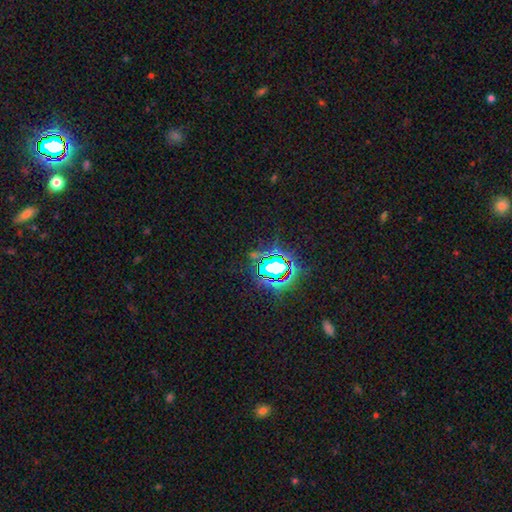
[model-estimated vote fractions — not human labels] This is likely a star or artifact rather than a galaxy (79%).